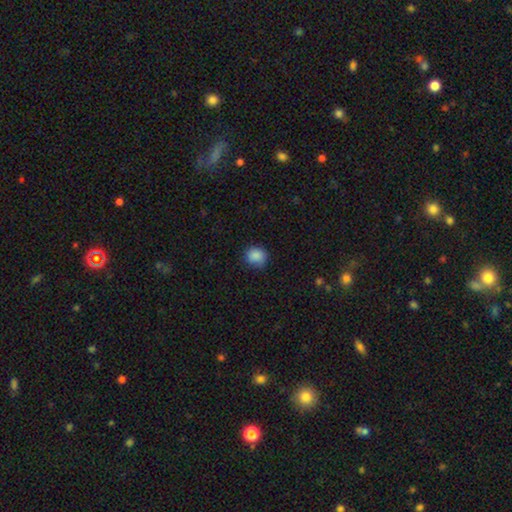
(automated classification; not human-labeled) Overall: smooth (88%). How rounded: round (81%). Merging: none (77%).